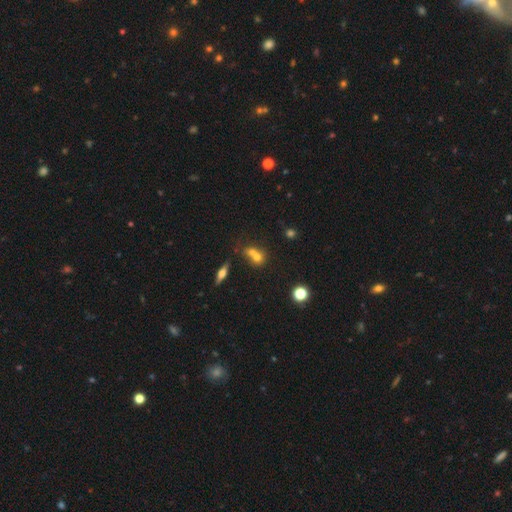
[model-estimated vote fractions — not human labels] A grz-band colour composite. It shows a smooth galaxy with no disk features (63%) that is round (65%). Merging: merger (58%).